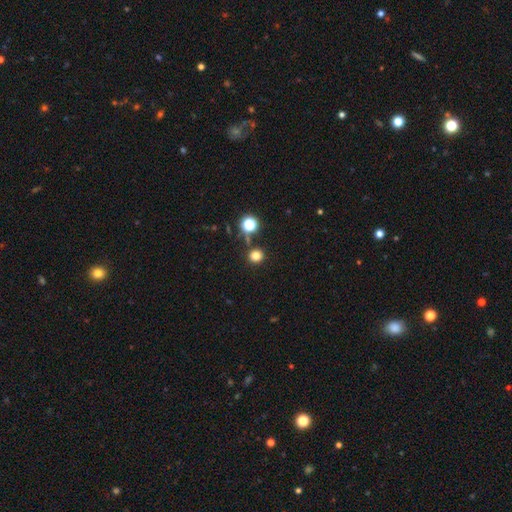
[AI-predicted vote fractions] The model was most divided on "smooth or featured": smooth: 78%, star or artifact: 17%, featured or disk: 5%. More confident: how rounded — round (92%); merging — none (85%).